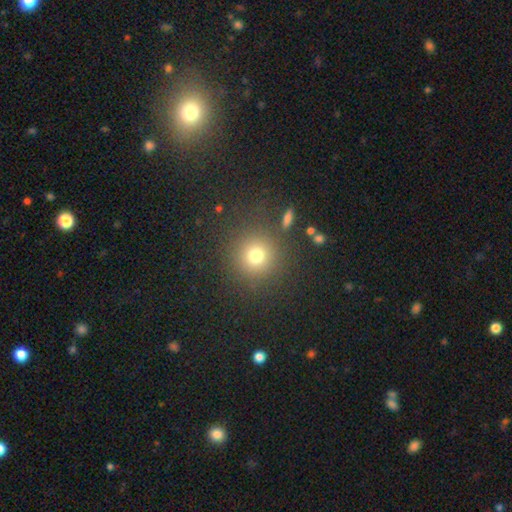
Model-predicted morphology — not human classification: smooth 75%, star or artifact 16%, featured or disk 8%. Down the decision tree: how rounded — round (93%); merging — none (85%).